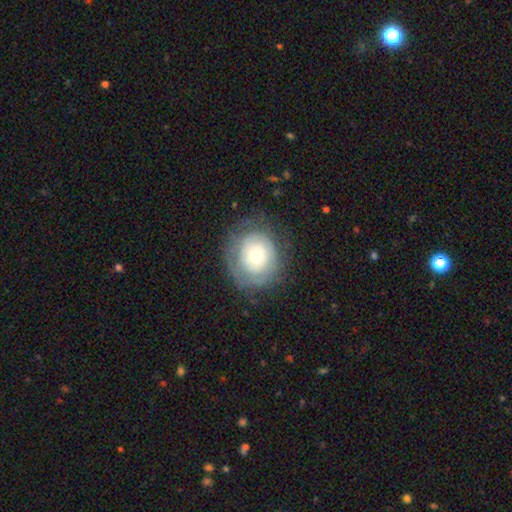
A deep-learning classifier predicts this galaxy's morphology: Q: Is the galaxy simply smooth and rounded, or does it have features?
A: smooth — 48%.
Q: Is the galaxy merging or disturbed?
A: none — 70%.